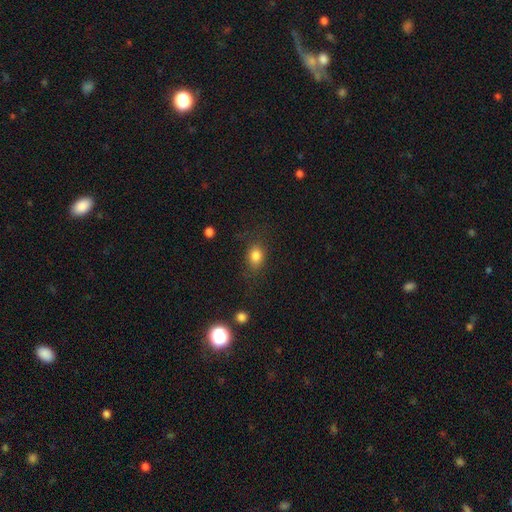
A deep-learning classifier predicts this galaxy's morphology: This is clearly a smooth galaxy (82%). How rounded: possibly in between (59%). Merging: likely none (75%).